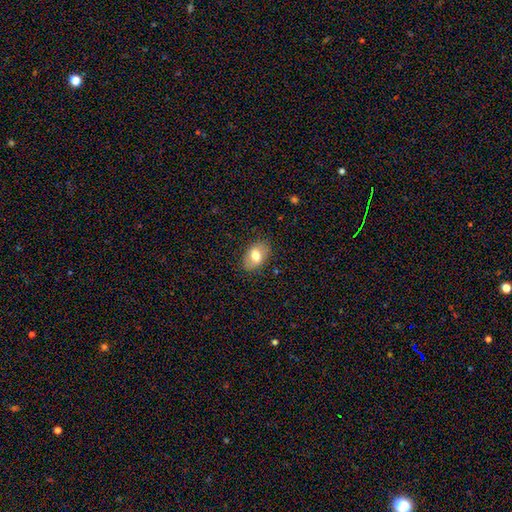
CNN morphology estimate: Overall: smooth (72%). How rounded: in between (83%). Merging: none (82%).